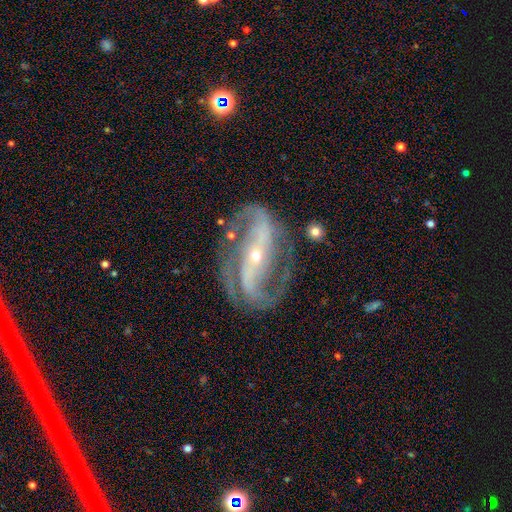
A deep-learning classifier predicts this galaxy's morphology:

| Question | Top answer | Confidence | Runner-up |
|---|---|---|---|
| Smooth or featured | featured or disk | 90% | star or artifact (6%) |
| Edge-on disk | no | 95% | yes (5%) |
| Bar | strong | 56% | no (23%) |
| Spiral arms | yes | 97% | no (3%) |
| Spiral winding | medium | 50% | loose (26%) |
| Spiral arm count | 2 | 85% | 3 (5%) |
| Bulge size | small | 75% | moderate (21%) |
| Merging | none | 72% | minor disturbance (16%) |